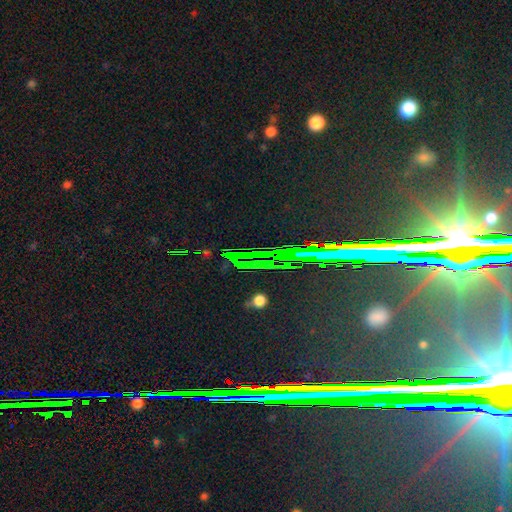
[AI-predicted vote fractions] A star or artifact, not a galaxy (76%).